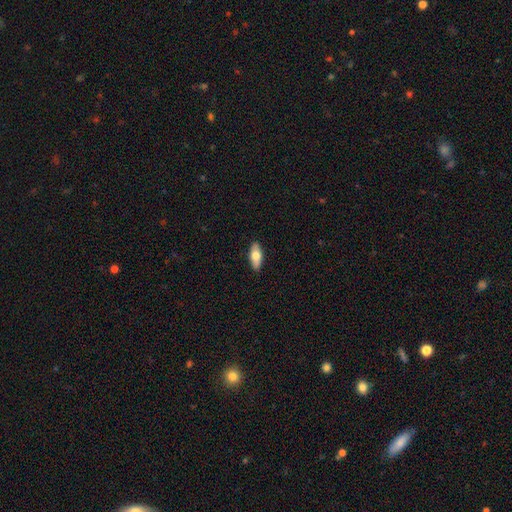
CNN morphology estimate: The model was most divided on "smooth or featured": smooth: 70%, featured or disk: 24%, star or artifact: 6%. More confident: merging — none (90%); how rounded — in between (79%).